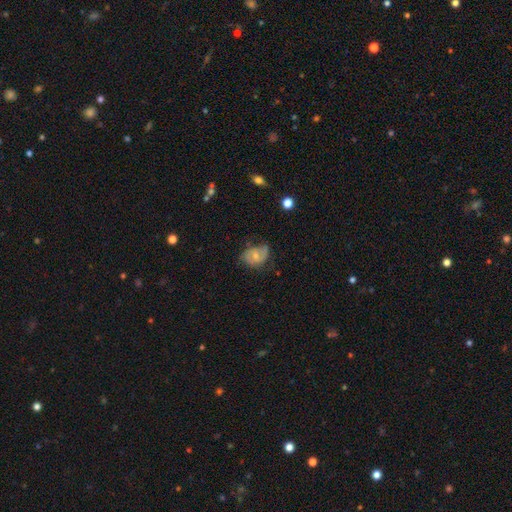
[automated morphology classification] A featured or disk galaxy (48%). Merging: none (48%).